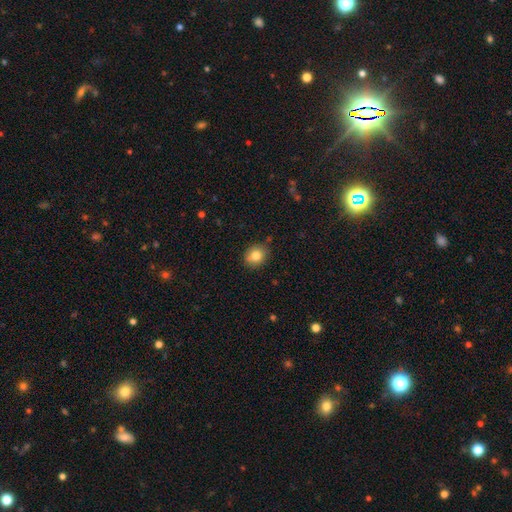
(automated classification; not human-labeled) smooth_or_featured: smooth (p=0.83) [alt: star or artifact p=0.10]
how_rounded: round (p=0.59) [alt: in between p=0.40]
merging: none (p=0.83) [alt: minor disturbance p=0.12]